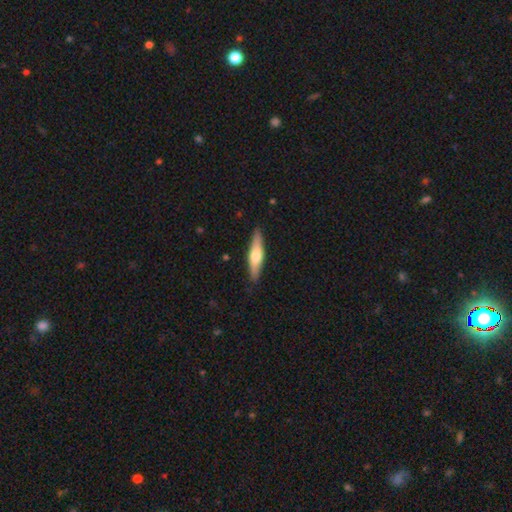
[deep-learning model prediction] smooth-or-featured: smooth: 50% | featured or disk: 45% | star or artifact: 5%
  how-rounded: cigar-shaped: 75% | in between: 23% | round: 2%
  merging: none: 89% | minor disturbance: 9% | major disturbance: 2% | merger: 1%